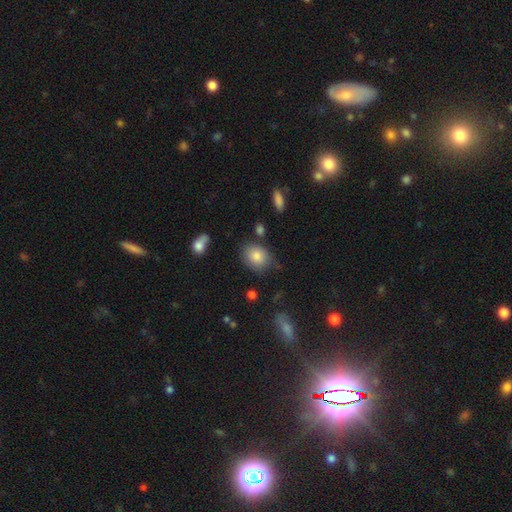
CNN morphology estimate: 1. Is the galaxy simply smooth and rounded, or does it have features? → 81% smooth, 10% featured or disk, 9% star or artifact.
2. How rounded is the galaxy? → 50% in between, 49% round, 1% cigar-shaped.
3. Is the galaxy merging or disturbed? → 71% none, 20% minor disturbance, 5% major disturbance, 4% merger.